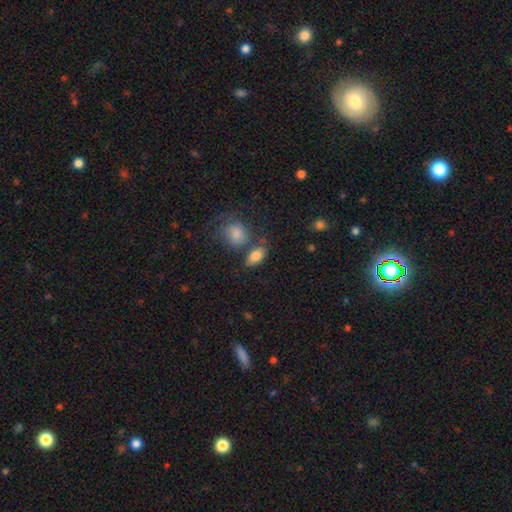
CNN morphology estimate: The model was most divided on "merging": none: 64%, merger: 16%, minor disturbance: 15%, major disturbance: 5%. More confident: how rounded — in between (87%); smooth or featured — smooth (84%).